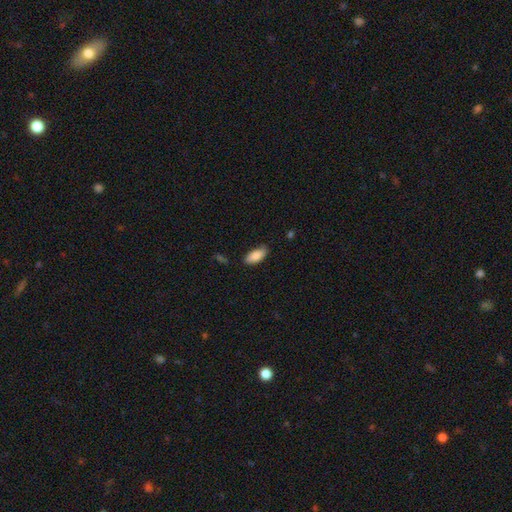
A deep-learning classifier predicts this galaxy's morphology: Smooth or featured? smooth (87%)
How rounded? in between (90%)
Merging? none (79%)